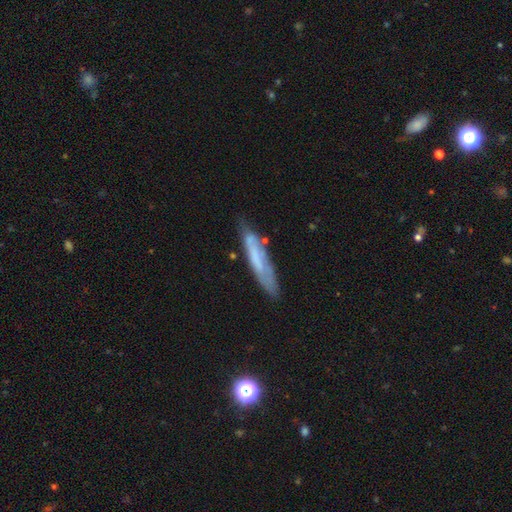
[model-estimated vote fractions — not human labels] smooth-or-featured: smooth: 47% | featured or disk: 45% | star or artifact: 8%
  merging: none: 67% | minor disturbance: 23% | major disturbance: 6% | merger: 4%